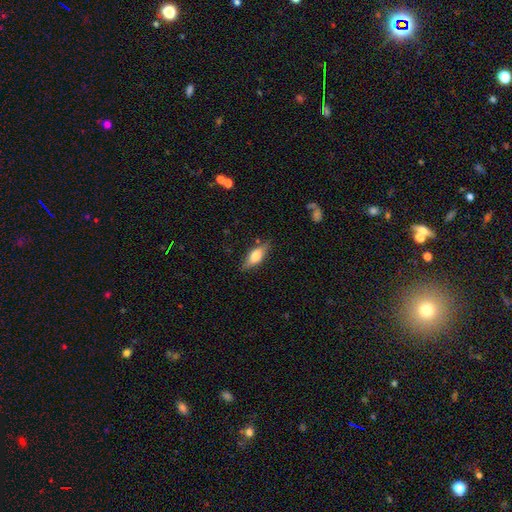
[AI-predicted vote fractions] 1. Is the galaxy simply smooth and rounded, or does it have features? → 66% smooth, 27% featured or disk, 7% star or artifact.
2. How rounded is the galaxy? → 69% in between, 28% cigar-shaped, 3% round.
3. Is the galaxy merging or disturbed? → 79% none, 16% minor disturbance, 4% major disturbance, 2% merger.